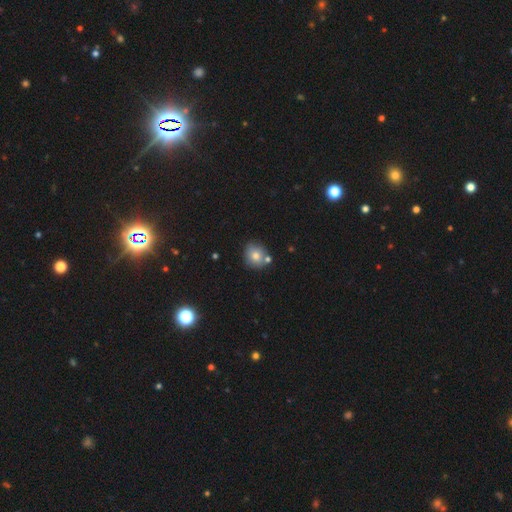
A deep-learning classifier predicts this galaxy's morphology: Smooth or featured? Predicted: smooth (p=0.76). How rounded? Predicted: round (p=0.83). Merging? Predicted: none (p=0.70).